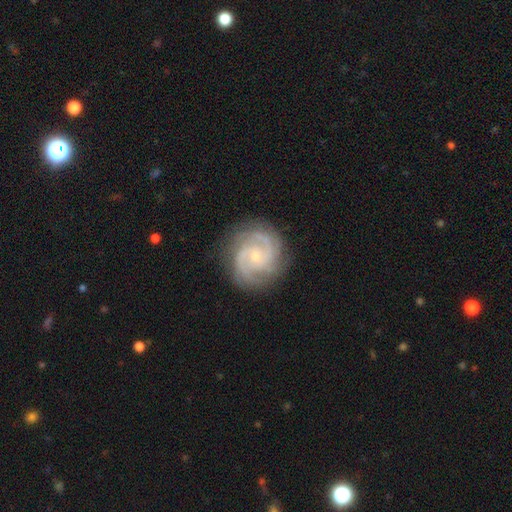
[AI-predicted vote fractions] Smooth or featured: featured or disk — 90% (smooth — 5%)
Edge-on disk: no — 98% (yes — 2%)
Bar: no — 68% (weak — 27%)
Spiral arms: yes — 98% (no — 2%)
Spiral winding: tight — 55% (medium — 40%)
Spiral arm count: 3 — 40% (2 — 34%)
Bulge size: small — 76% (moderate — 20%)
Merging: none — 84% (minor disturbance — 12%)